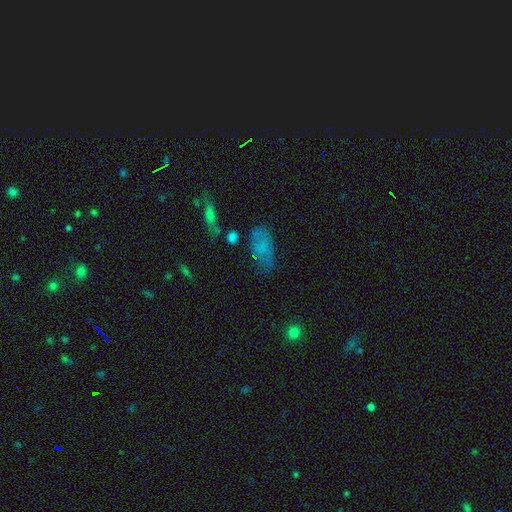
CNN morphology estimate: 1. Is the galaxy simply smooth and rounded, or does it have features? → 63% smooth, 20% star or artifact, 17% featured or disk.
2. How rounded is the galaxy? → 85% in between, 9% cigar-shaped, 6% round.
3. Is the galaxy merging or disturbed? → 56% none, 25% minor disturbance, 13% major disturbance, 7% merger.